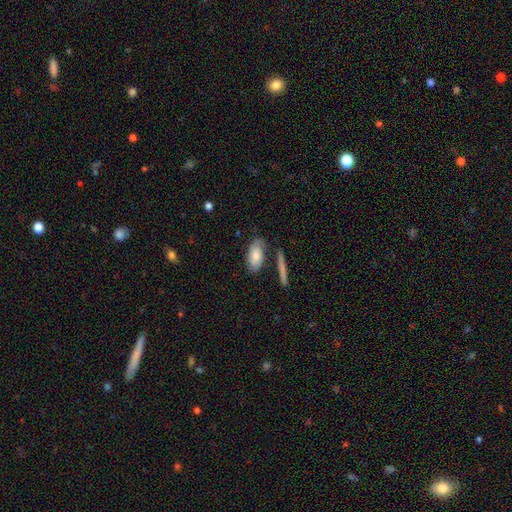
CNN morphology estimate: Smooth or featured?
  - smooth: 75% *
  - featured or disk: 19%
  - star or artifact: 6%
How rounded?
  - in between: 87% *
  - cigar-shaped: 10%
  - round: 3%
Merging?
  - none: 68% *
  - minor disturbance: 18%
  - merger: 8%
  - major disturbance: 5%